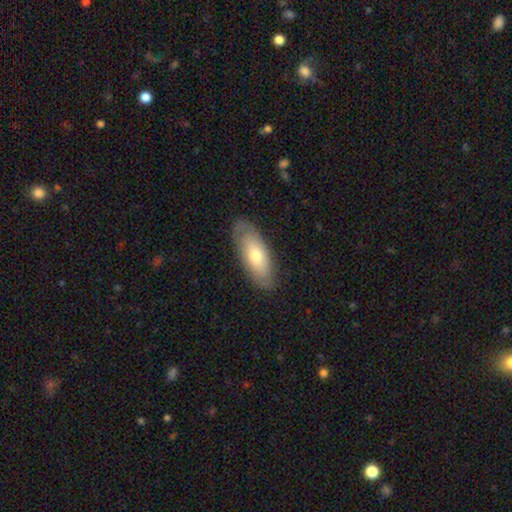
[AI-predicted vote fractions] smooth 55%, featured or disk 39%, star or artifact 6%. Down the decision tree: how rounded — in between (80%); merging — none (83%).